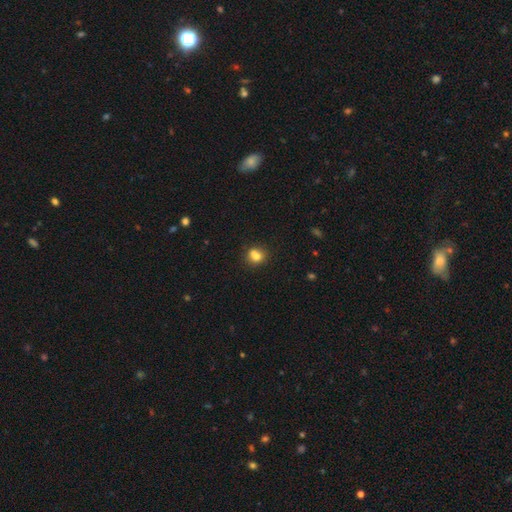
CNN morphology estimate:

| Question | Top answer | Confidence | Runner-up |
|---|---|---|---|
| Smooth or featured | smooth | 73% | featured or disk (15%) |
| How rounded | round | 73% | in between (25%) |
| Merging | none | 47% | merger (38%) |